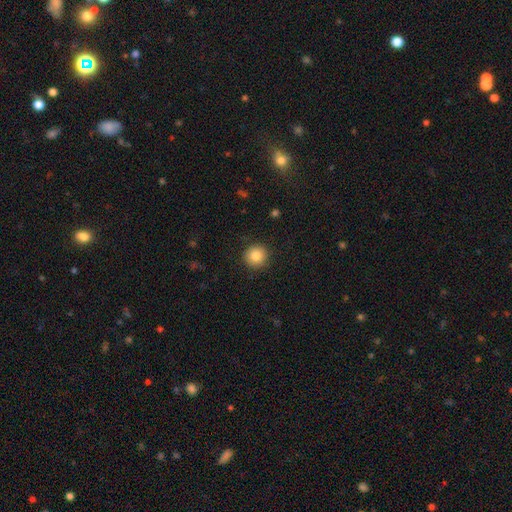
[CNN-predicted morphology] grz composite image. It shows a smooth galaxy with no disk features (86%) that is round (94%). Merging: none (91%).